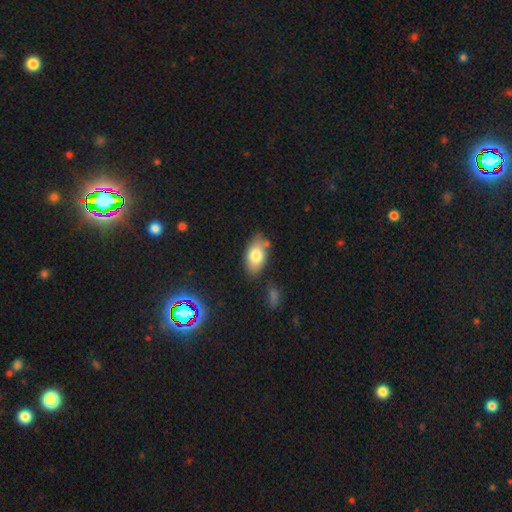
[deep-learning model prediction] smooth-or-featured: smooth: 79% | featured or disk: 13% | star or artifact: 8%
  how-rounded: in between: 91% | round: 6% | cigar-shaped: 2%
  merging: none: 72% | minor disturbance: 18% | merger: 7% | major disturbance: 4%